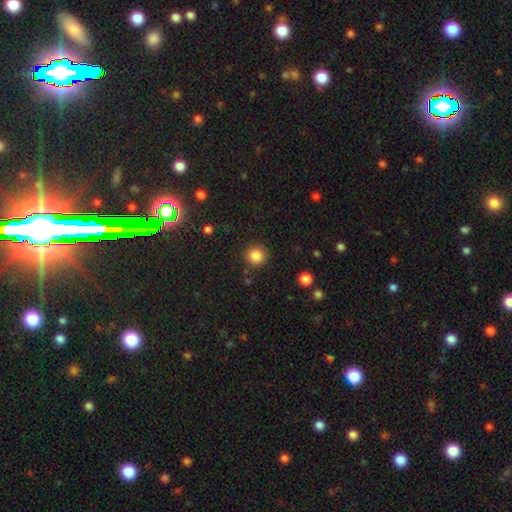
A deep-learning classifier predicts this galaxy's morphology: This appears to be a smooth galaxy with no disk features (85%) that is round (94%). Merging: none (89%).